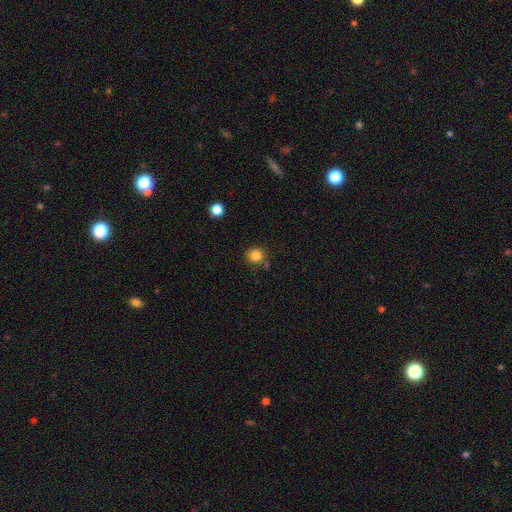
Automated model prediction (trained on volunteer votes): Smooth or featured? Predicted: smooth (p=0.84). How rounded? Predicted: round (p=0.90). Merging? Predicted: none (p=0.80).